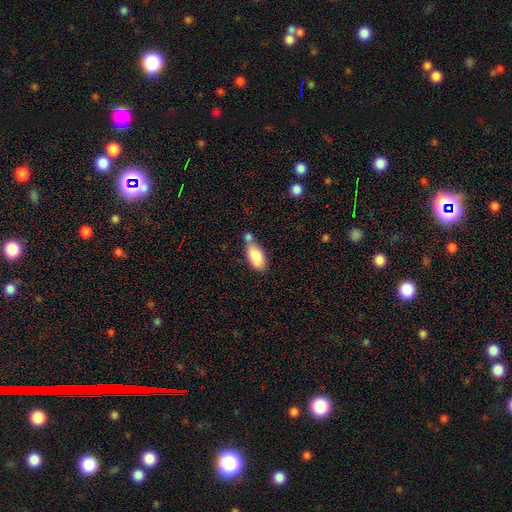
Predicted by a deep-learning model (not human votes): A smooth galaxy with no disk features (83%) that is in between round and cigar-shaped (91%). Merging: none (45%).